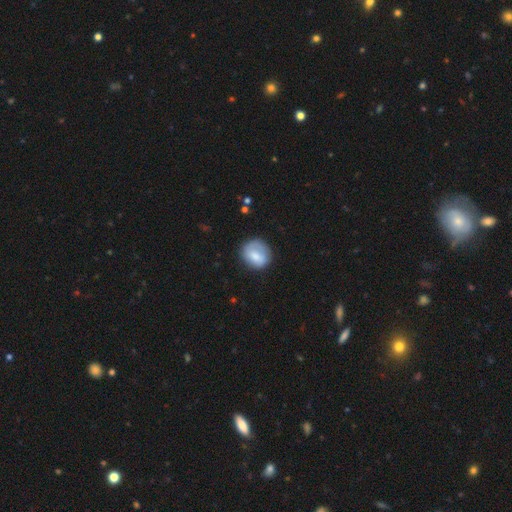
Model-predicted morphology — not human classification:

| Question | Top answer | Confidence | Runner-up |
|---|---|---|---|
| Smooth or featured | smooth | 72% | featured or disk (21%) |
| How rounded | round | 76% | in between (23%) |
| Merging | none | 70% | minor disturbance (21%) |